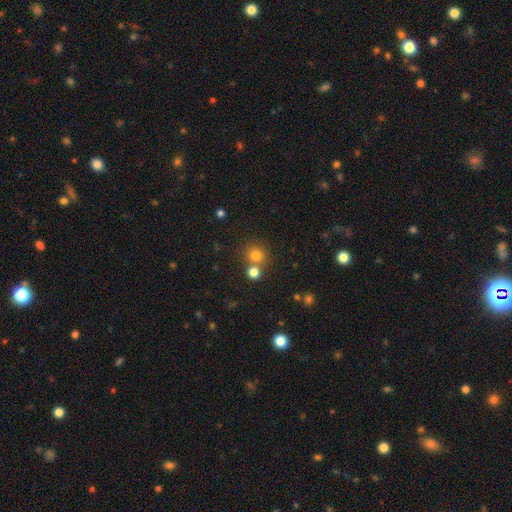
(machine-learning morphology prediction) A smooth galaxy with no disk features (77%) that is round (85%). Merging: none (63%).